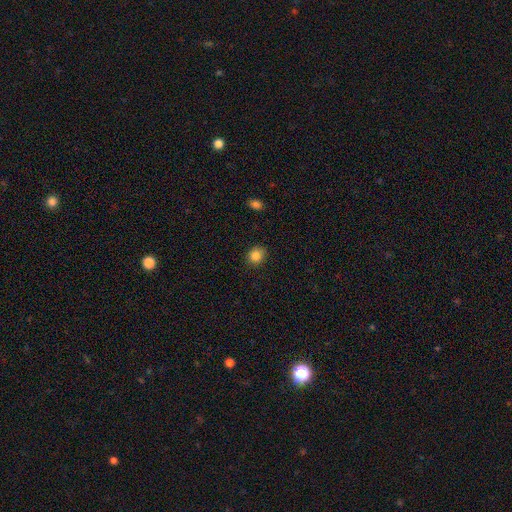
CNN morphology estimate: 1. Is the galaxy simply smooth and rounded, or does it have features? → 84% smooth, 11% star or artifact, 5% featured or disk.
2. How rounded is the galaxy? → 76% round, 23% in between, 1% cigar-shaped.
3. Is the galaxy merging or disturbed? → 87% none, 9% minor disturbance, 2% major disturbance, 1% merger.